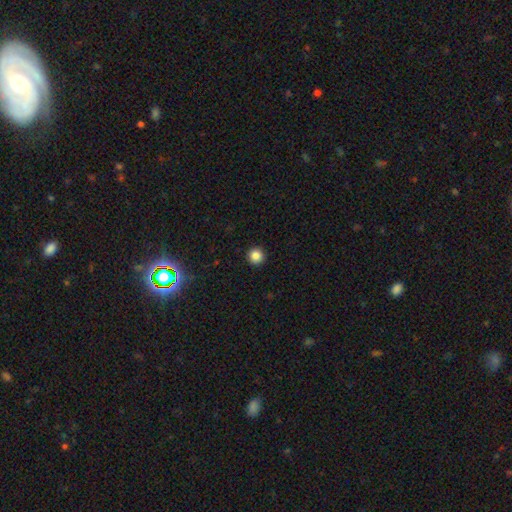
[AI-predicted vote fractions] The model was most divided on "smooth or featured": smooth: 85%, star or artifact: 11%, featured or disk: 4%. More confident: how rounded — round (96%); merging — none (93%).